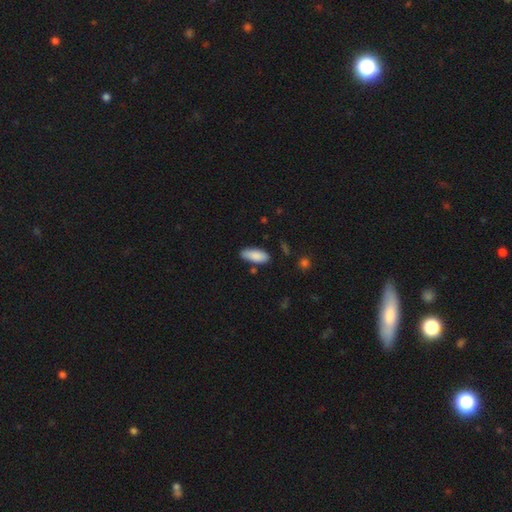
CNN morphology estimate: This appears to be a smooth galaxy with no disk features (88%) that is in between round and cigar-shaped (82%). Merging: none (81%).